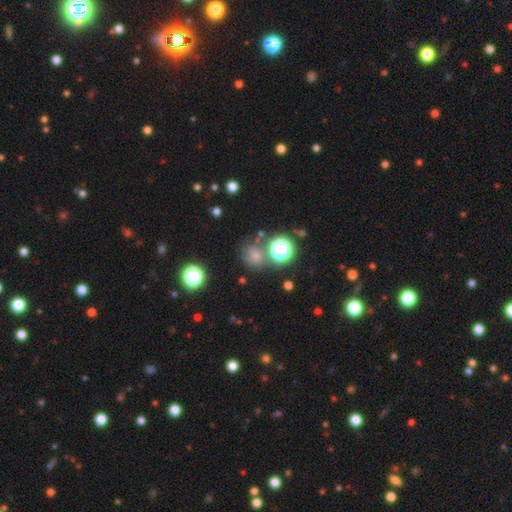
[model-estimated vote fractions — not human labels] Overall: smooth (59%; star or artifact 29%). How rounded: round (84%). Merging: none (66%).